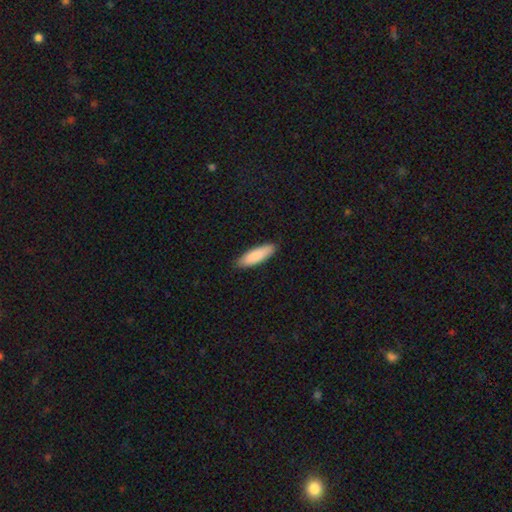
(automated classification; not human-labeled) smooth-or-featured: smooth: 87% | featured or disk: 8% | star or artifact: 5%
  how-rounded: cigar-shaped: 54% | in between: 44% | round: 1%
  merging: none: 88% | minor disturbance: 9% | major disturbance: 2% | merger: 1%